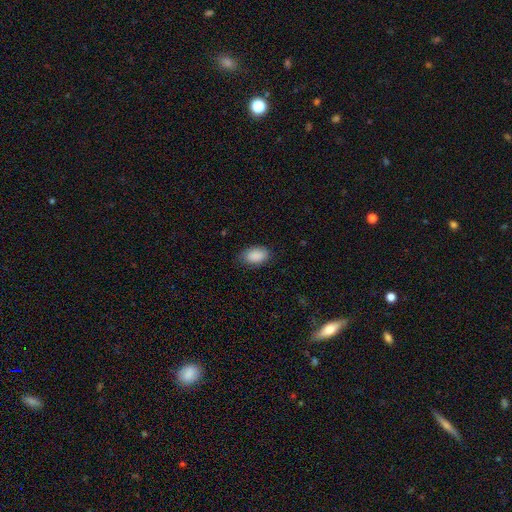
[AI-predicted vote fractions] A smooth galaxy with no disk features (90%) that is in between round and cigar-shaped (92%).

Vote fractions:
- Smooth or featured? smooth: 90% / star or artifact: 7% / featured or disk: 4%
- How rounded? in between: 92% / round: 6% / cigar-shaped: 1%
- Merging? none: 79% / minor disturbance: 16% / major disturbance: 3% / merger: 1%